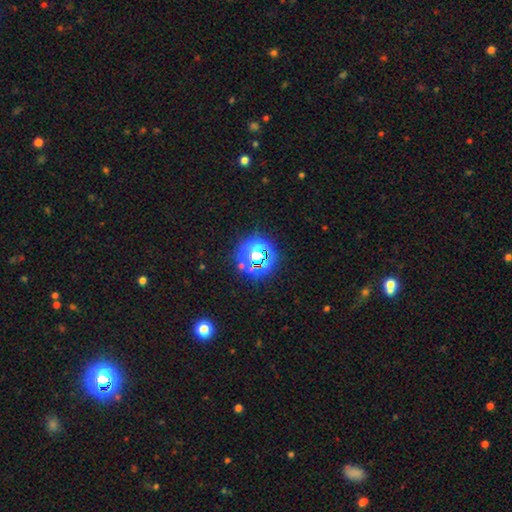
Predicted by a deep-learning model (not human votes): This appears to be a star or artifact, not a galaxy (59%).